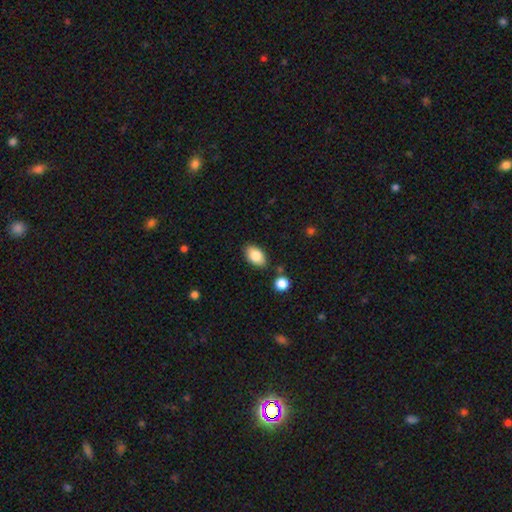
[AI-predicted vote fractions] Smooth or featured: smooth — 83% (featured or disk — 9%)
How rounded: in between — 91% (round — 7%)
Merging: none — 84% (minor disturbance — 10%)